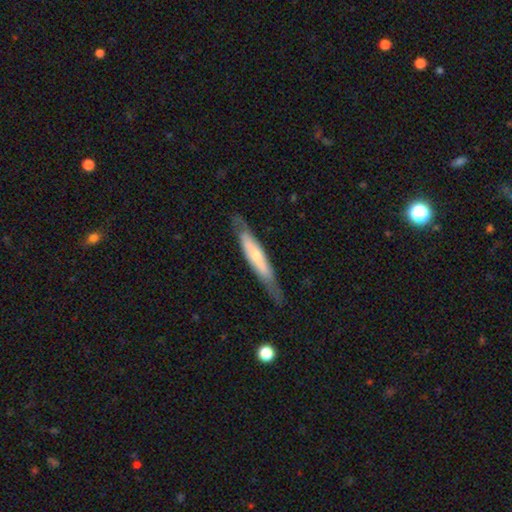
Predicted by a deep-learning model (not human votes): The model was most divided on "smooth or featured": featured or disk: 53%, smooth: 41%, star or artifact: 5%. More confident: merging — none (75%); edge-on disk — yes (69%).